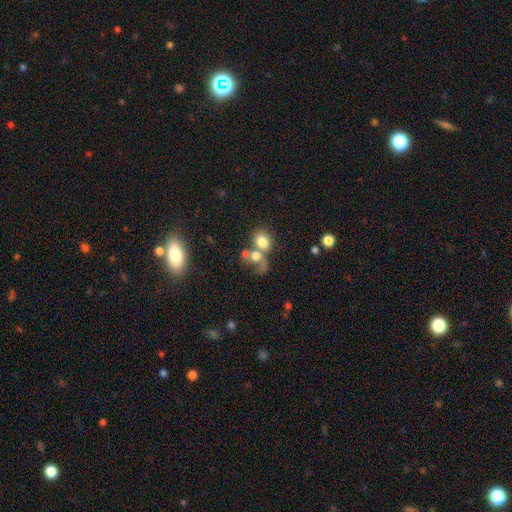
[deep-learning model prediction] smooth 67%, featured or disk 21%, star or artifact 12%. Down the decision tree: how rounded — round (53%); merging — merger (58%).